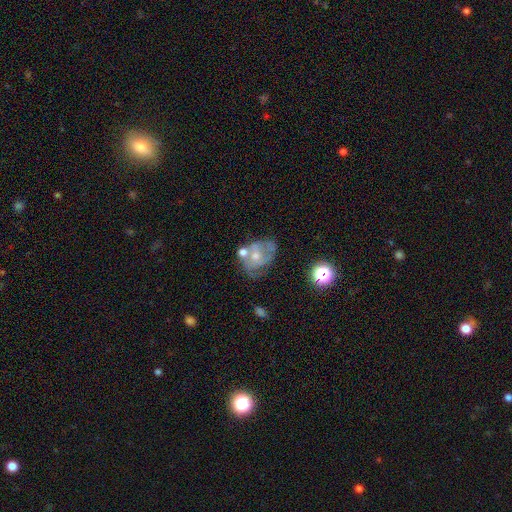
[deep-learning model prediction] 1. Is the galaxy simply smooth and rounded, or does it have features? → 65% featured or disk, 25% smooth, 10% star or artifact.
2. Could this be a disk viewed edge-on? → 97% no, 3% yes.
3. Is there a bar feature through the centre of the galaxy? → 73% no, 23% weak, 4% strong.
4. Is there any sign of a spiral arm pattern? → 67% yes, 33% no.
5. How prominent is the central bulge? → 46% moderate, 44% small, 6% none, 3% large, 1% dominant.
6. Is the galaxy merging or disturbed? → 38% none, 23% minor disturbance, 20% major disturbance, 19% merger.